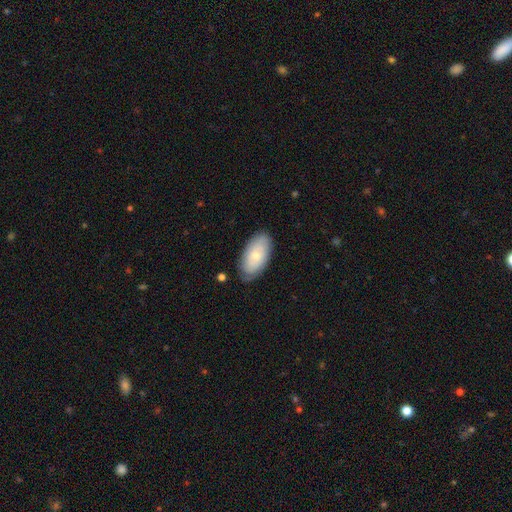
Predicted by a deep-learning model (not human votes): smooth-or-featured: smooth: 64% | featured or disk: 30% | star or artifact: 6%
  how-rounded: in between: 94% | cigar-shaped: 3% | round: 3%
  merging: none: 78% | minor disturbance: 17% | major disturbance: 3% | merger: 1%